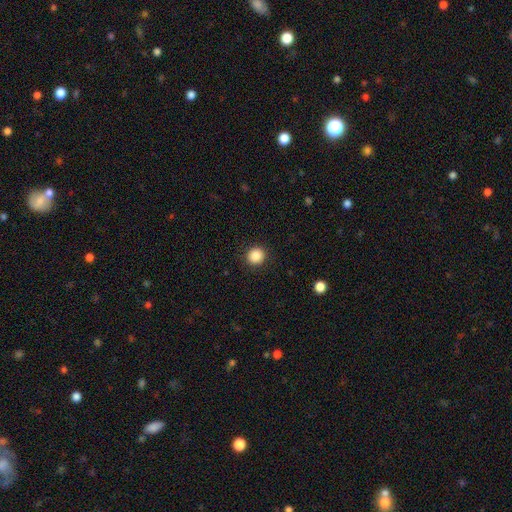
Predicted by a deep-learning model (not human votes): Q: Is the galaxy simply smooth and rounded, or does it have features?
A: smooth — 87%.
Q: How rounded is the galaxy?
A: round — 92%.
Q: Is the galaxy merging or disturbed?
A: none — 92%.